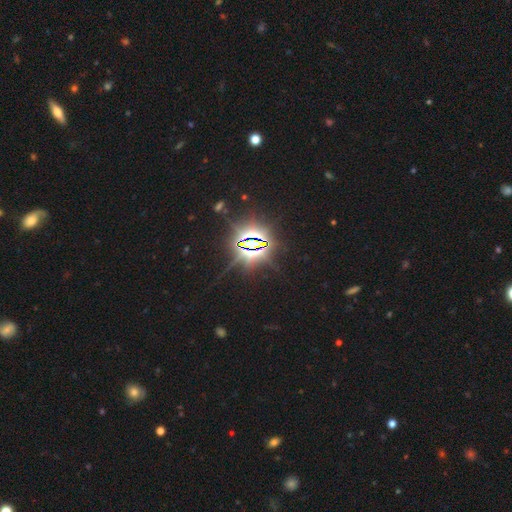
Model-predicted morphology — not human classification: Overall: star or artifact (85%).